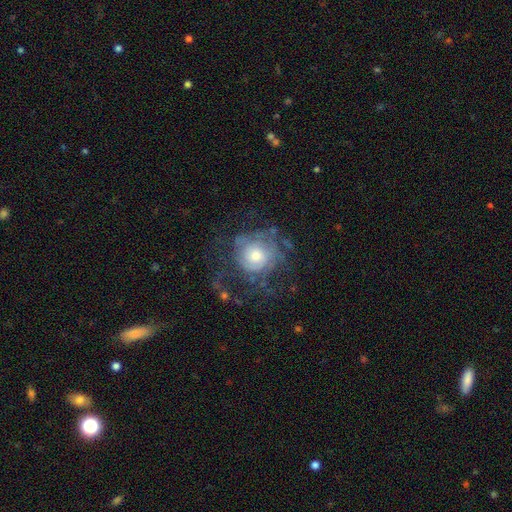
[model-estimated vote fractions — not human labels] Overall: featured or disk (63%; smooth 27%). Edge-on disk: no (97%). Bar: no (81%). Spiral arms: yes (72%). Bulge size: moderate (59%; small 24%). Merging: none (56%; major disturbance 23%).